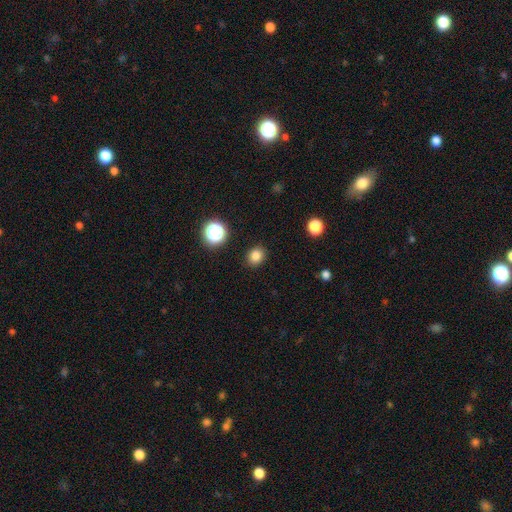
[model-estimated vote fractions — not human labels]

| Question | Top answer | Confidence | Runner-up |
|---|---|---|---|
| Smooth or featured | smooth | 82% | star or artifact (13%) |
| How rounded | round | 68% | in between (31%) |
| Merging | none | 89% | minor disturbance (8%) |